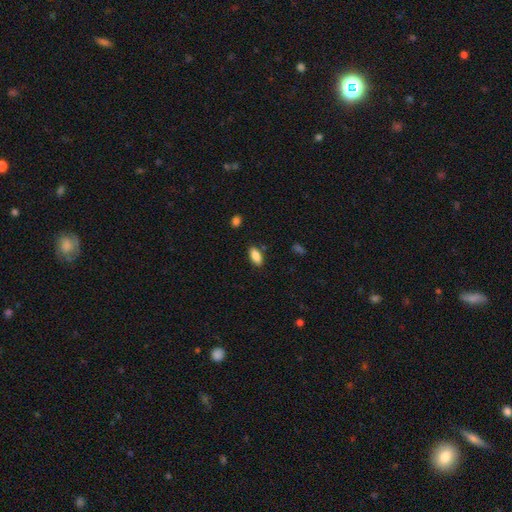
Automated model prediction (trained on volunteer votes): Overall: smooth (87%). How rounded: in between (88%). Merging: none (84%).